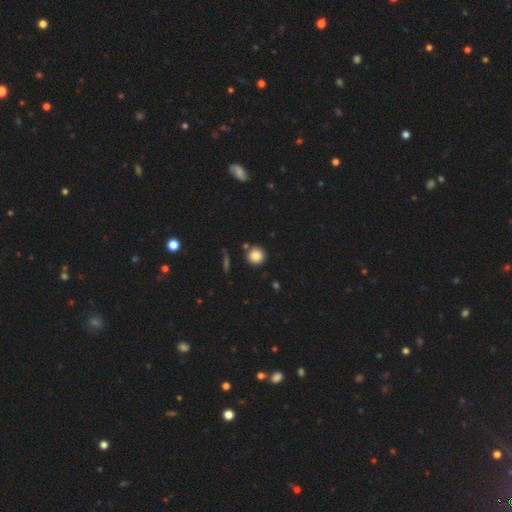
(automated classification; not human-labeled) Smooth or featured: smooth — 85% (star or artifact — 10%)
How rounded: round — 93% (in between — 6%)
Merging: none — 83% (minor disturbance — 8%)